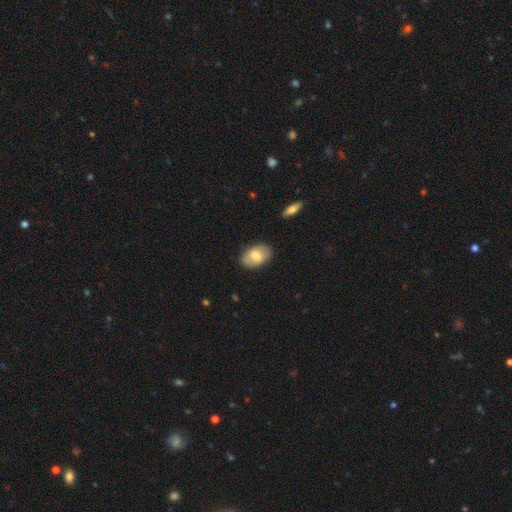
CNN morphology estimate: A smooth galaxy with no disk features (72%) that is in between round and cigar-shaped (89%). Merging: none (79%).